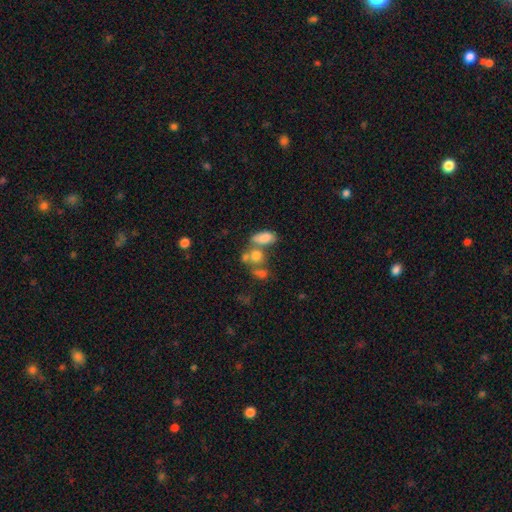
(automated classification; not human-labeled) Smooth or featured?
  - smooth: 70% *
  - featured or disk: 17%
  - star or artifact: 13%
How rounded?
  - in between: 65% *
  - round: 32%
  - cigar-shaped: 4%
Merging?
  - merger: 48% *
  - none: 33%
  - minor disturbance: 11%
  - major disturbance: 8%